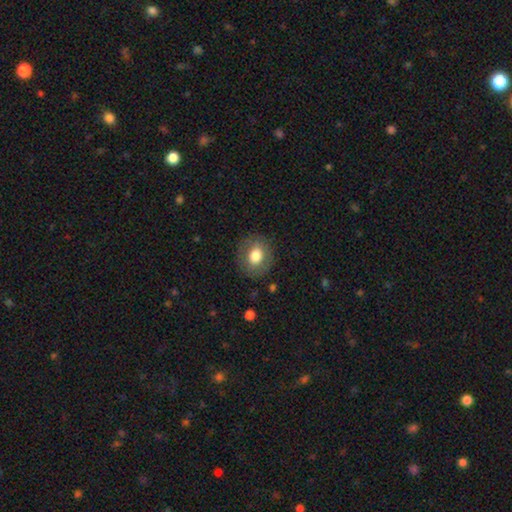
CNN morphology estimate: smooth_or_featured: smooth (p=0.74) [alt: featured or disk p=0.17]
how_rounded: round (p=0.68) [alt: in between p=0.31]
merging: none (p=0.84) [alt: minor disturbance p=0.11]